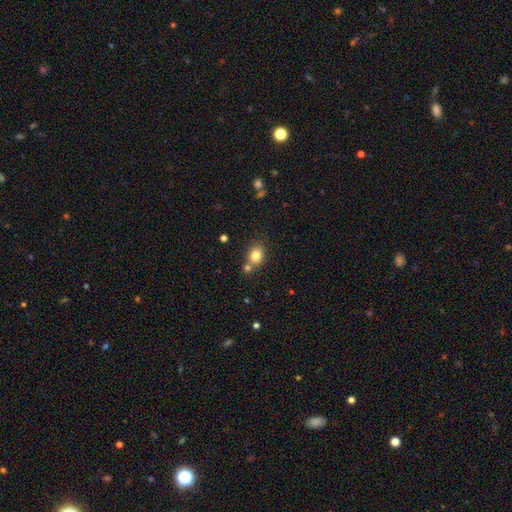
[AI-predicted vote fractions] Smooth or featured? Predicted: smooth (p=0.80). How rounded? Predicted: in between (p=0.57). Merging? Predicted: none (p=0.62).